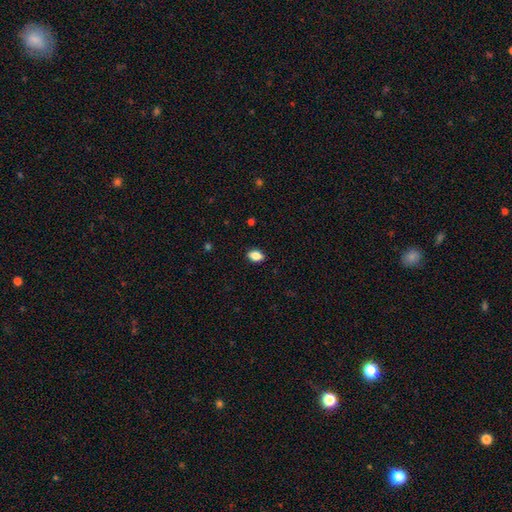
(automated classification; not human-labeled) The model was most divided on "how rounded": in between: 85%, round: 13%, cigar-shaped: 2%. More confident: merging — none (88%); smooth or featured — smooth (85%).